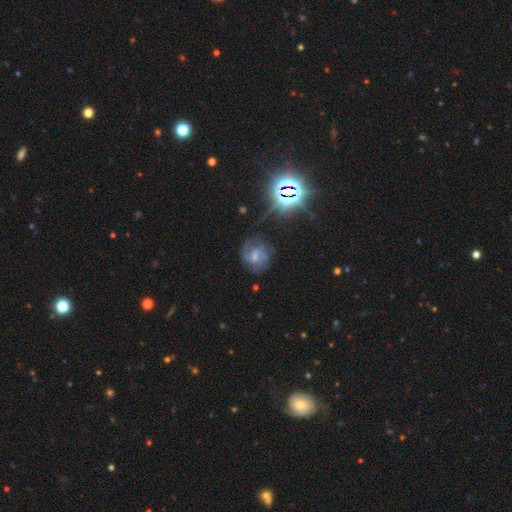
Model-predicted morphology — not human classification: A featured or disk galaxy (66%) with a weak bar (46%), 2 (49%) medium (47%) spiral arms (88%) and a small central bulge (40%).

Vote fractions:
- Smooth or featured? featured or disk: 66% / smooth: 19% / star or artifact: 15%
- Edge-on disk? no: 97% / yes: 3%
- Bar? weak: 46% / no: 42% / strong: 12%
- Spiral arms? yes: 88% / no: 12%
- Spiral winding? medium: 47% / tight: 34% / loose: 19%
- Spiral arm count? 2: 49% / can't tell: 25% / 3: 14% / 1: 6% / 4: 3% / more than 4: 3%
- Bulge size? small: 40% / moderate: 35% / none: 20% / large: 4% / dominant: 1%
- Merging? none: 62% / minor disturbance: 21% / major disturbance: 15% / merger: 3%